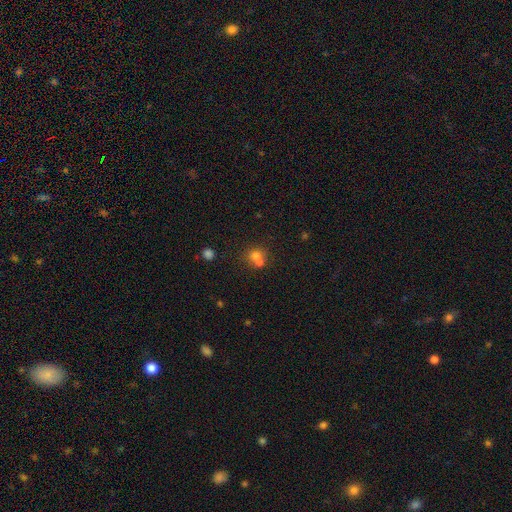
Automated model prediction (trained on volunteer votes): smooth 67%, star or artifact 17%, featured or disk 16%. Down the decision tree: how rounded — round (80%); merging — merger (50%).